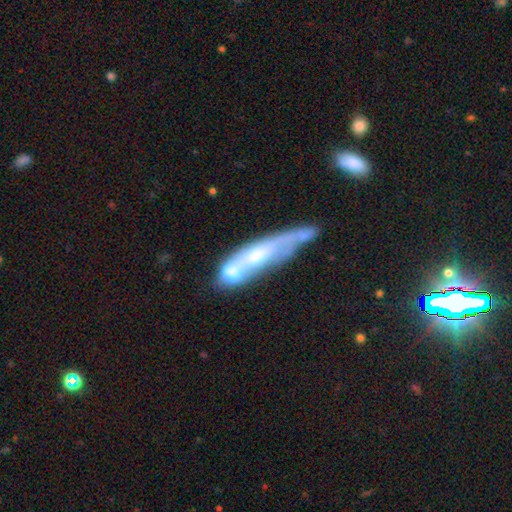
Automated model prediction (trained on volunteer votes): Overall: featured or disk (59%; smooth 34%). Edge-on disk: no (54%; yes 46%). Merging: none (33%; merger 27%).